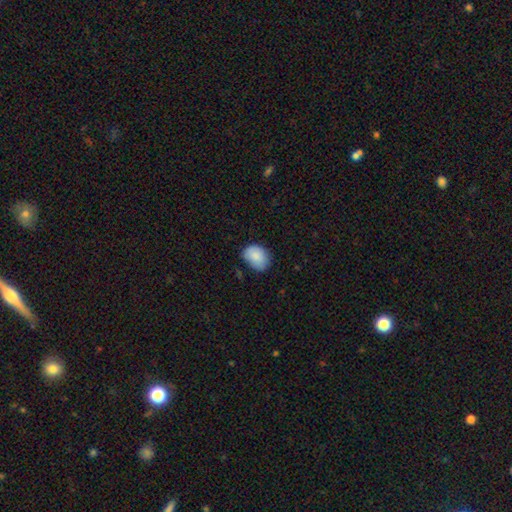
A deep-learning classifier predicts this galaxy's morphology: Q: Smooth or featured?
A: smooth (85%); runner-up: featured or disk (8%)
Q: How rounded?
A: in between (68%); runner-up: round (31%)
Q: Merging?
A: none (64%); runner-up: minor disturbance (29%)